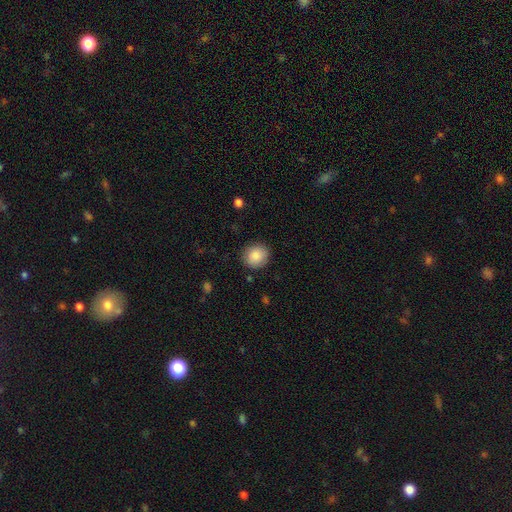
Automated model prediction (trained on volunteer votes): smooth 87%, star or artifact 8%, featured or disk 5%. Down the decision tree: how rounded — round (80%); merging — none (87%).